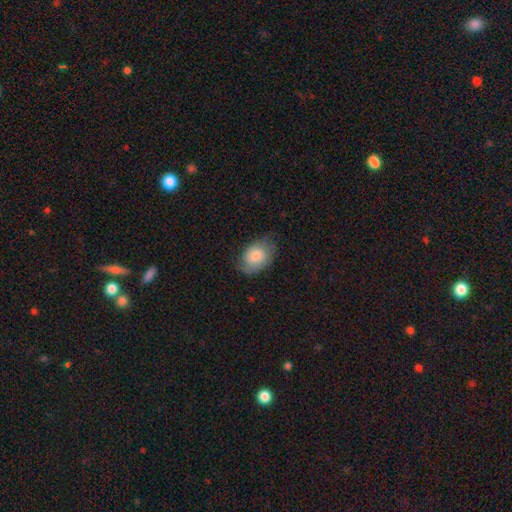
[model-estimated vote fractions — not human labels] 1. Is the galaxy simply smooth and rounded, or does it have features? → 68% smooth, 25% featured or disk, 7% star or artifact.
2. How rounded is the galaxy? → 79% in between, 20% round, 1% cigar-shaped.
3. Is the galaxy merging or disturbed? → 61% none, 29% minor disturbance, 8% major disturbance, 1% merger.